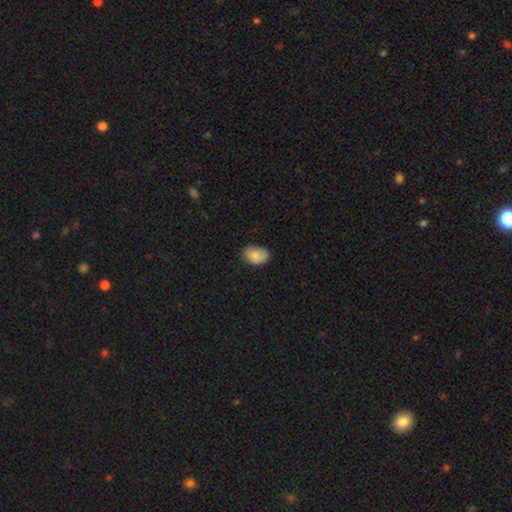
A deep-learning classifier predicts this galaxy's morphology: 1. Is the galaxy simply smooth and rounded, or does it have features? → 84% smooth, 9% featured or disk, 7% star or artifact.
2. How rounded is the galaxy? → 80% in between, 19% round, 1% cigar-shaped.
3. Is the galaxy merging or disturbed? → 75% none, 21% minor disturbance, 3% major disturbance, 1% merger.